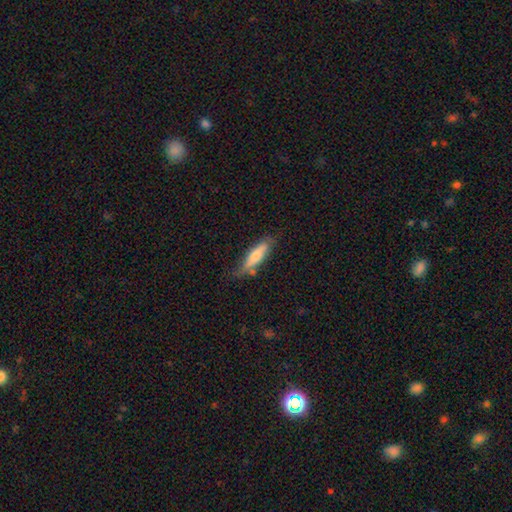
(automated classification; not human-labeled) A smooth galaxy with no disk features (62%) that is cigar-shaped (67%). Merging: none (65%).